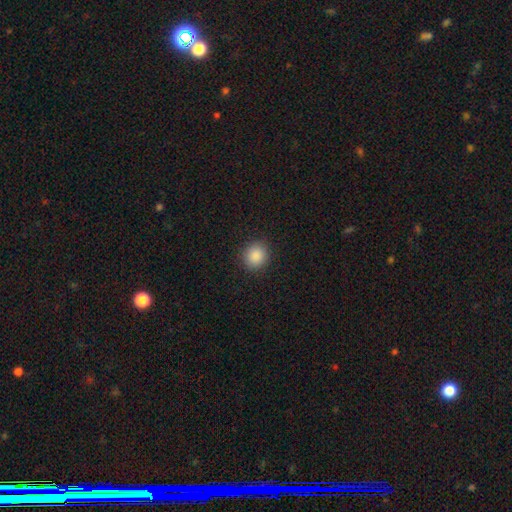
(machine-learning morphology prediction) A smooth galaxy with no disk features (88%) that is round (84%). Merging: none (90%).